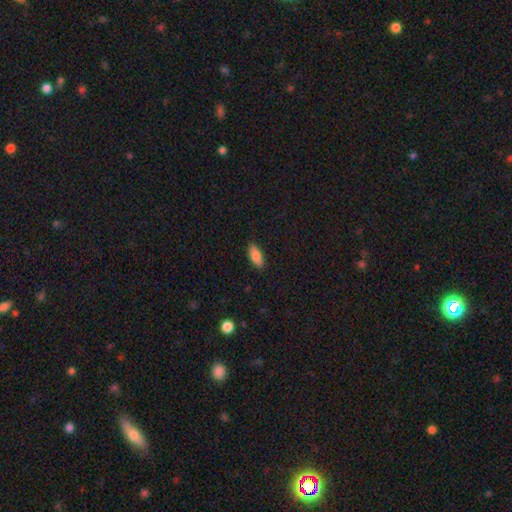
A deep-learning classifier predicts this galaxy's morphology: Q: Smooth or featured?
A: smooth (84%); runner-up: featured or disk (9%)
Q: How rounded?
A: in between (80%); runner-up: cigar-shaped (18%)
Q: Merging?
A: none (87%); runner-up: minor disturbance (10%)